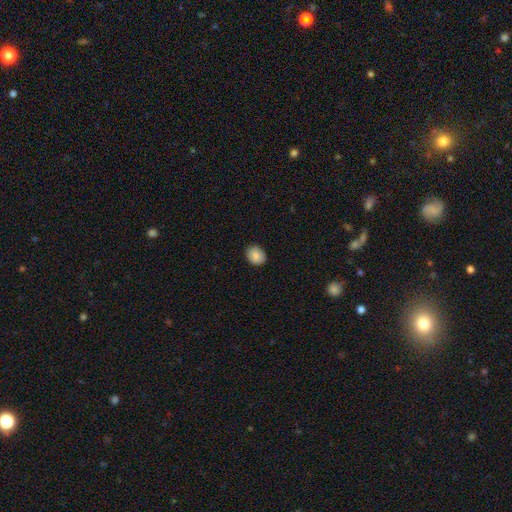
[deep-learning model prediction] Smooth or featured? Predicted: smooth (p=0.86). How rounded? Predicted: round (p=0.56). Merging? Predicted: none (p=0.88).